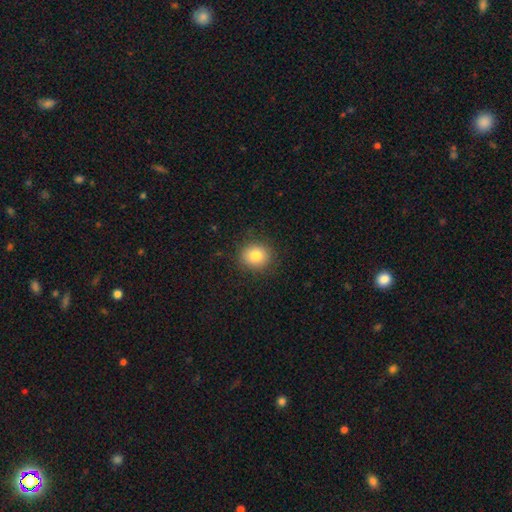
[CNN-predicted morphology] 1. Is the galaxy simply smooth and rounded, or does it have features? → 81% smooth, 11% star or artifact, 9% featured or disk.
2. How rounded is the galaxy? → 81% round, 18% in between, 1% cigar-shaped.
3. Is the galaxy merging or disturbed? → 88% none, 8% minor disturbance, 3% major disturbance, 1% merger.